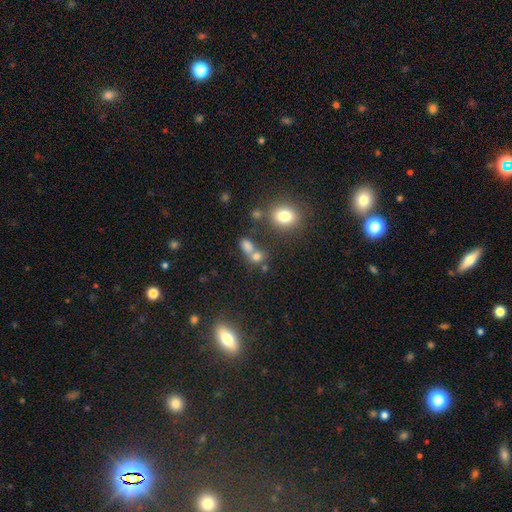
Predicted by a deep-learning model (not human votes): smooth-or-featured: smooth: 68% | star or artifact: 21% | featured or disk: 11%
  how-rounded: round: 52% | in between: 43% | cigar-shaped: 4%
  merging: none: 44% | merger: 40% | minor disturbance: 10% | major disturbance: 6%